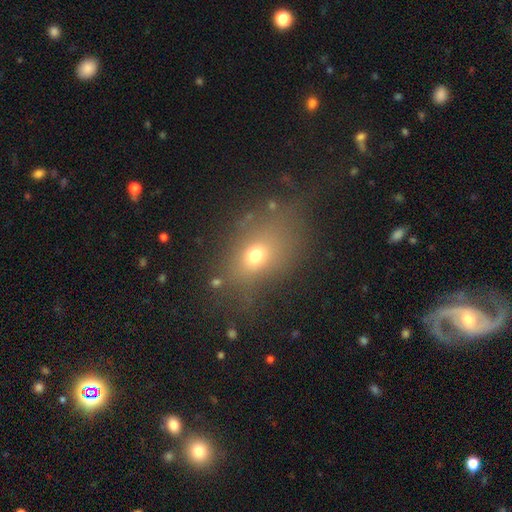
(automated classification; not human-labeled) Smooth or featured? smooth (67%)
How rounded? in between (64%)
Merging? none (67%)